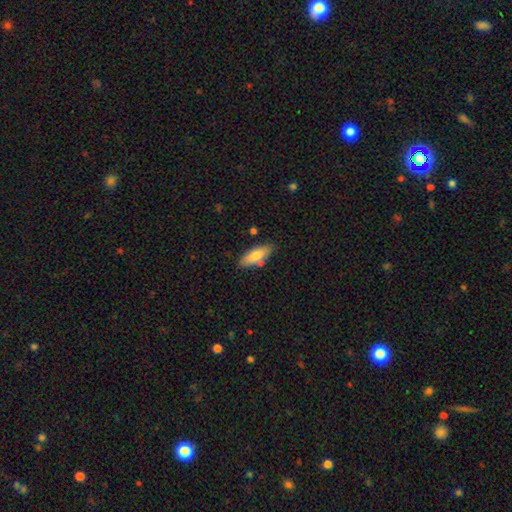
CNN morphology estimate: This appears to be a smooth galaxy with no disk features (77%) that is in between round and cigar-shaped (69%). Merging: none (78%).